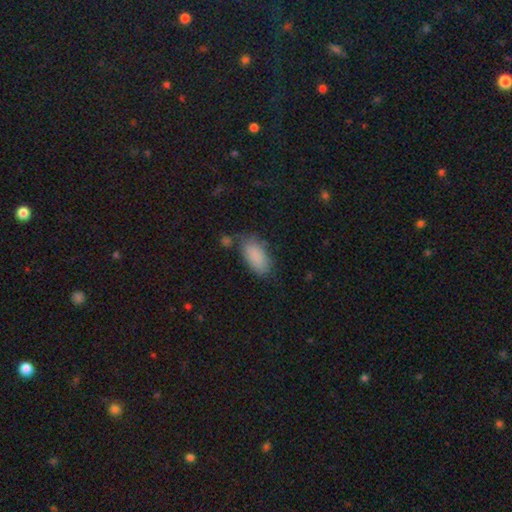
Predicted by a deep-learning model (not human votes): smooth 87%, star or artifact 7%, featured or disk 6%. Down the decision tree: how rounded — in between (92%); merging — none (67%).